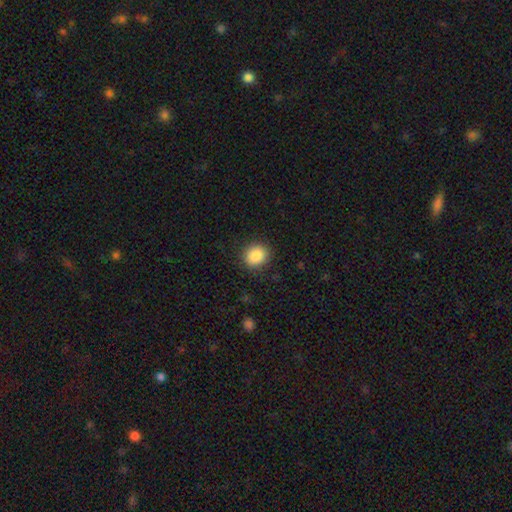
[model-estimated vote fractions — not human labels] smooth-or-featured: smooth: 88% | star or artifact: 9% | featured or disk: 4%
  how-rounded: round: 77% | in between: 22% | cigar-shaped: 1%
  merging: none: 89% | minor disturbance: 8% | major disturbance: 3% | merger: 1%